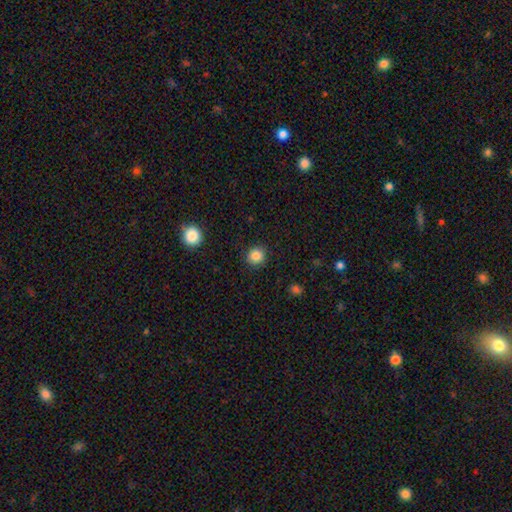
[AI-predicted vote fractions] The model was most divided on "smooth or featured": smooth: 85%, star or artifact: 11%, featured or disk: 4%. More confident: how rounded — round (92%); merging — none (91%).